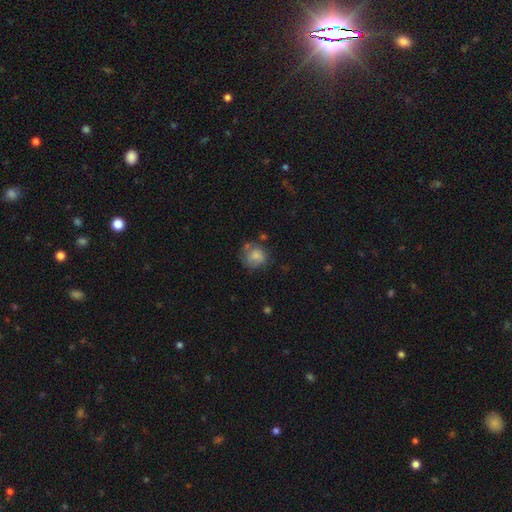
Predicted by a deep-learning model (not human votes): Morphology: type=smooth (76%); roundness=round (77%); merging=none (53%).